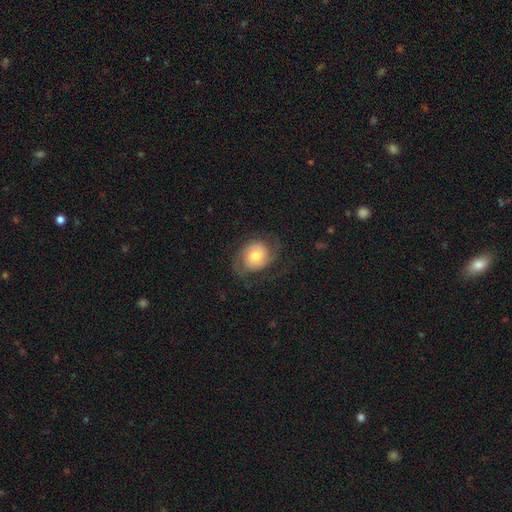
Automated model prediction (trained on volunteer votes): smooth_or_featured: featured or disk (p=0.60) [alt: smooth p=0.33]
disk_edge_on: no (p=0.97) [alt: yes p=0.03]
bar: no (p=0.74) [alt: weak p=0.22]
has_spiral_arms: yes (p=0.88) [alt: no p=0.12]
spiral_winding: medium (p=0.42) [alt: tight p=0.31]
spiral_arm_count: 2 (p=0.69) [alt: can't tell p=0.12]
bulge_size: moderate (p=0.64) [alt: small p=0.21]
merging: none (p=0.62) [alt: major disturbance p=0.19]